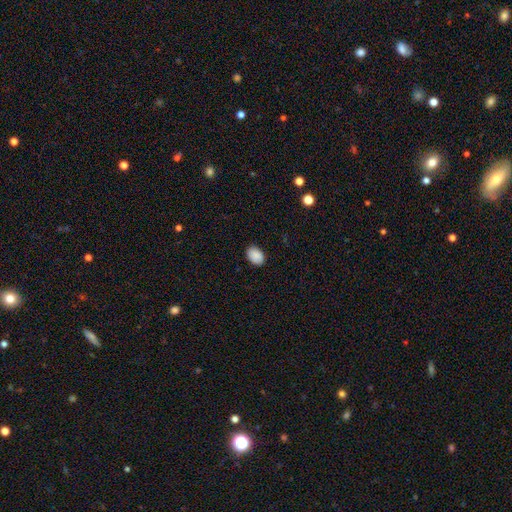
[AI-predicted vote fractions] This appears to be a smooth galaxy with no disk features (90%) that is in between round and cigar-shaped (82%). Merging: none (88%).